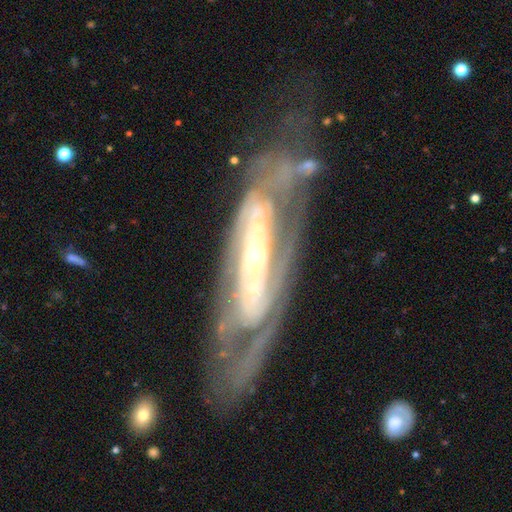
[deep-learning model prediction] Smooth or featured? featured or disk (84%)
Edge-on disk? no (81%)
Bar? no (47%)
Spiral arms? yes (73%)
Bulge size? small (58%)
Merging? none (59%)